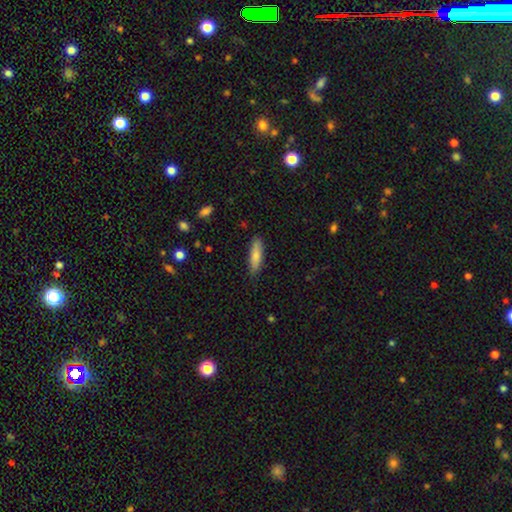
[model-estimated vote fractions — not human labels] Overall: smooth (80%). How rounded: cigar-shaped (64%; in between 34%). Merging: none (86%).